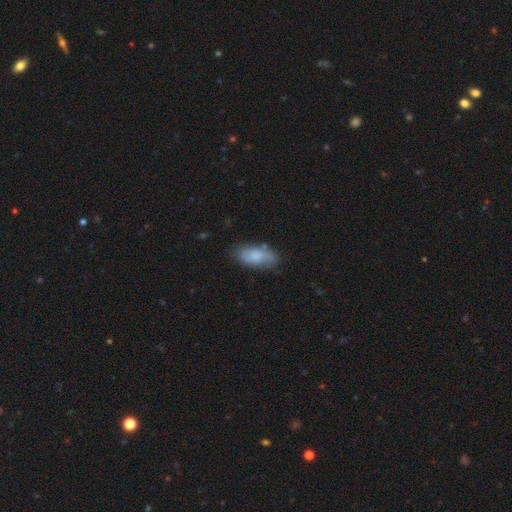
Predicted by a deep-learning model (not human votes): smooth 70%, featured or disk 23%, star or artifact 7%. Down the decision tree: how rounded — in between (88%); merging — none (71%).